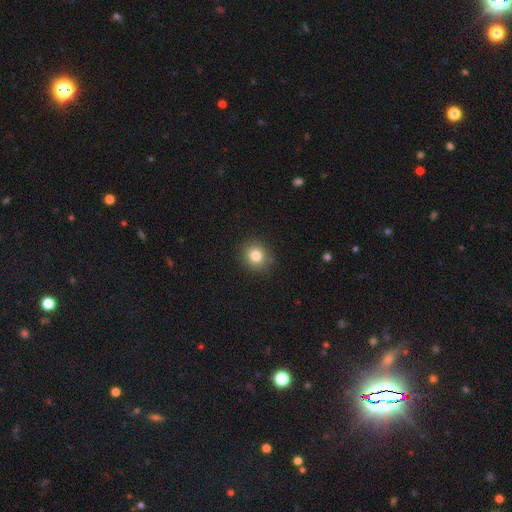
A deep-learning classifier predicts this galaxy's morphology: smooth 82%, star or artifact 11%, featured or disk 7%. Down the decision tree: how rounded — round (85%); merging — none (89%).